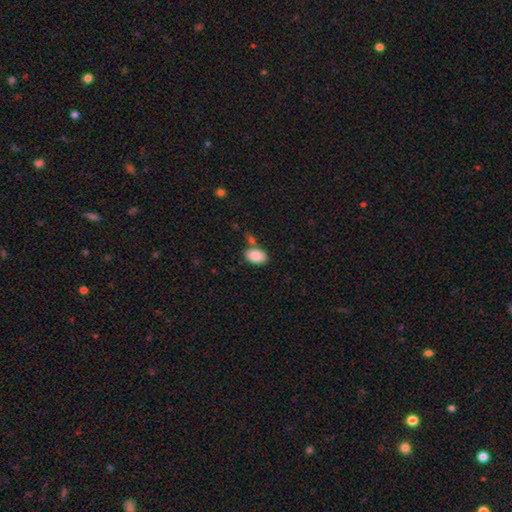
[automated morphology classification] Q: Smooth or featured?
A: smooth (89%); runner-up: star or artifact (7%)
Q: How rounded?
A: in between (91%); runner-up: round (8%)
Q: Merging?
A: none (66%); runner-up: merger (16%)